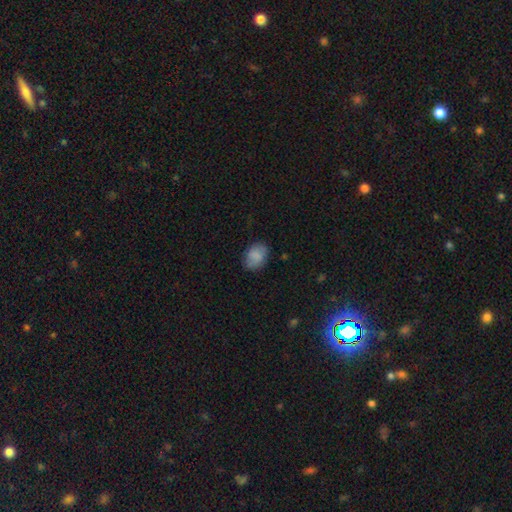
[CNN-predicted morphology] This is clearly a smooth galaxy (85%). How rounded: likely in between (72%). Merging: likely none (79%).